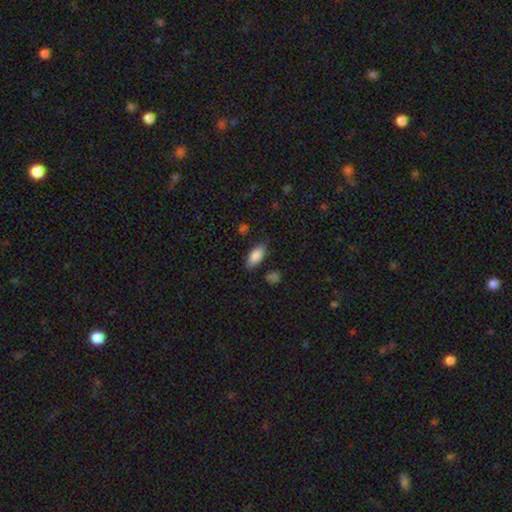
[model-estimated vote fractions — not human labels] Overall: smooth (85%). How rounded: in between (86%). Merging: none (80%).